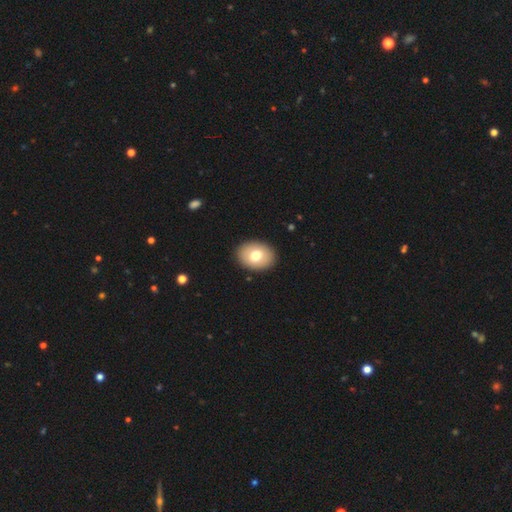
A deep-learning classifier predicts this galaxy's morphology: Q: Smooth or featured?
A: smooth (75%); runner-up: featured or disk (18%)
Q: How rounded?
A: in between (69%); runner-up: round (30%)
Q: Merging?
A: none (91%); runner-up: minor disturbance (6%)